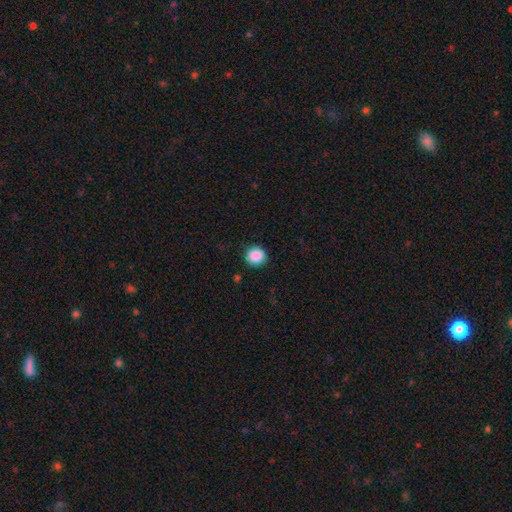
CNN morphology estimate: smooth_or_featured: smooth (p=0.89) [alt: star or artifact p=0.09]
how_rounded: round (p=0.91) [alt: in between p=0.08]
merging: none (p=0.90) [alt: minor disturbance p=0.07]